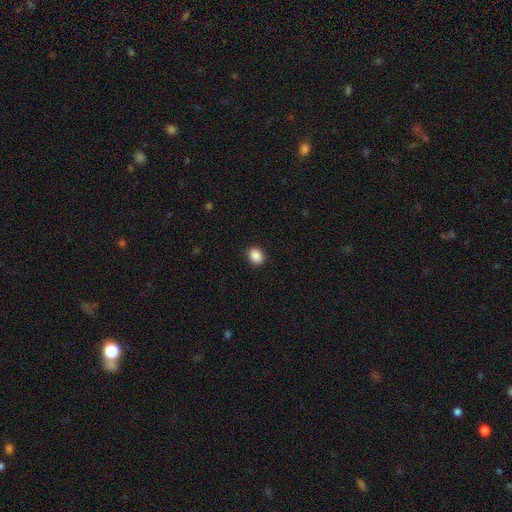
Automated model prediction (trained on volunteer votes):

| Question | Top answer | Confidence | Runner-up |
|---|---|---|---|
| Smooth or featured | smooth | 89% | star or artifact (8%) |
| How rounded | in between | 54% | round (45%) |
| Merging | none | 90% | minor disturbance (7%) |